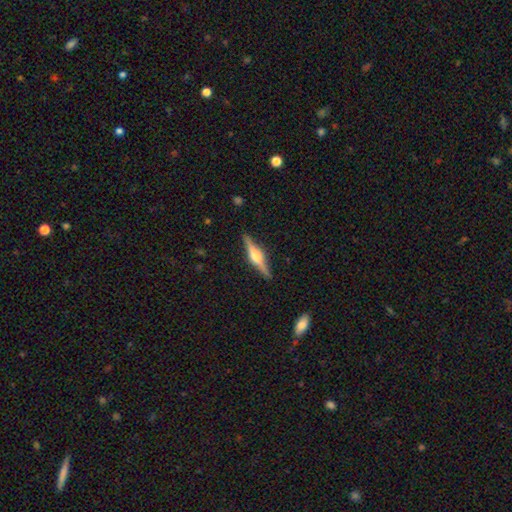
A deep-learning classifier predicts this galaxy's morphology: type=featured or disk (77%); edge-on=yes (98%); edge-on bulge=rounded (91%); merging=none (90%).